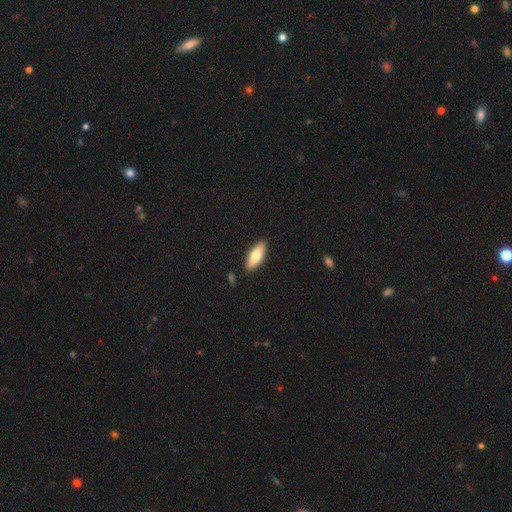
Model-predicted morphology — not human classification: Q: Smooth or featured?
A: smooth (74%); runner-up: featured or disk (20%)
Q: How rounded?
A: in between (72%); runner-up: cigar-shaped (26%)
Q: Merging?
A: none (88%); runner-up: minor disturbance (9%)